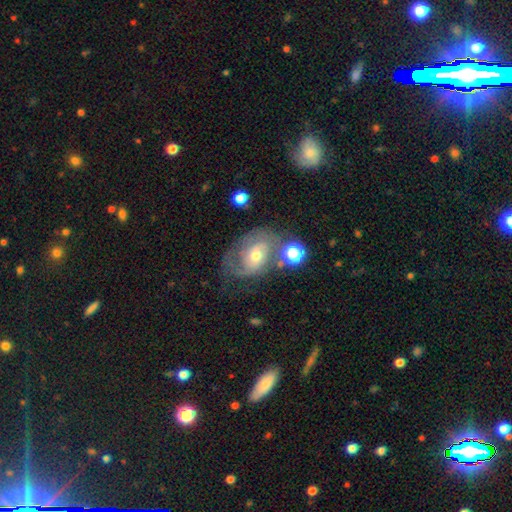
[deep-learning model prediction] A featured or disk galaxy (70%) with no bar (57%), 2 (57%) medium (45%) spiral arms (83%) and a moderate central bulge (54%). Merging: none (48%).